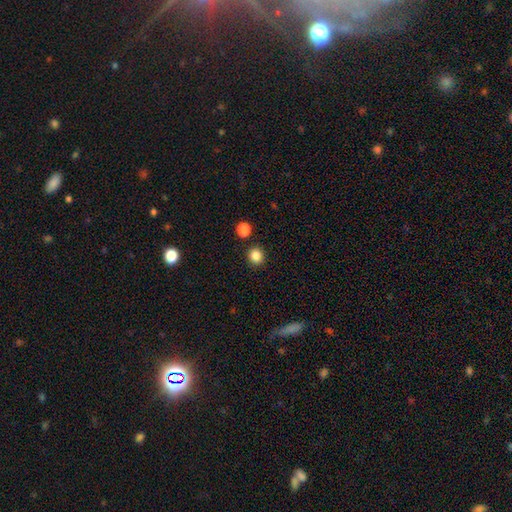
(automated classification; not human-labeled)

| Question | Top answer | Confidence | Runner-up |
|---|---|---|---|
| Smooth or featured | smooth | 85% | star or artifact (12%) |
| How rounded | round | 87% | in between (12%) |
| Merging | none | 89% | minor disturbance (6%) |